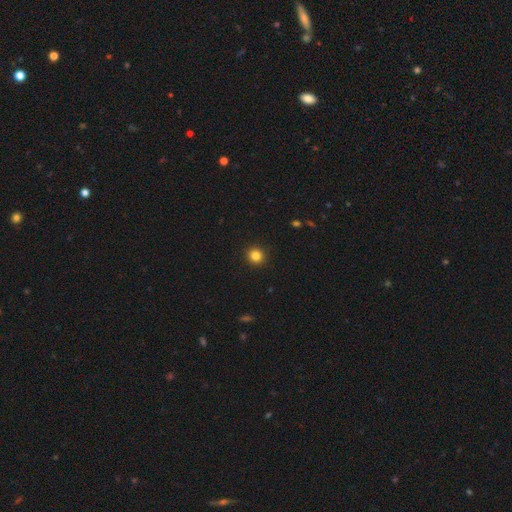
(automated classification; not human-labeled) Overall: smooth (83%). How rounded: round (94%). Merging: none (93%).